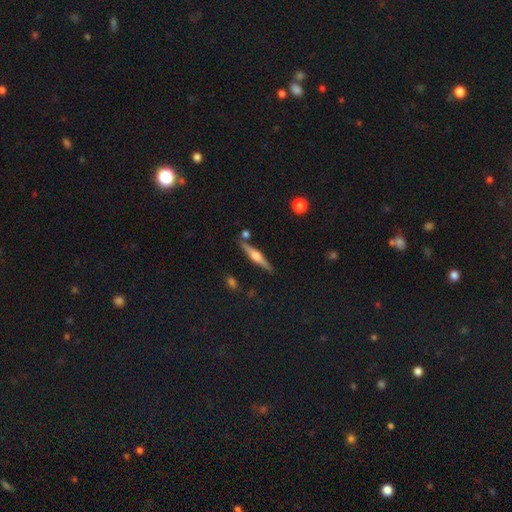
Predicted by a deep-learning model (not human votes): This appears to be a featured or disk galaxy (71%) viewed edge-on (97%) with a rounded central bulge (87%). Merging: none (85%).